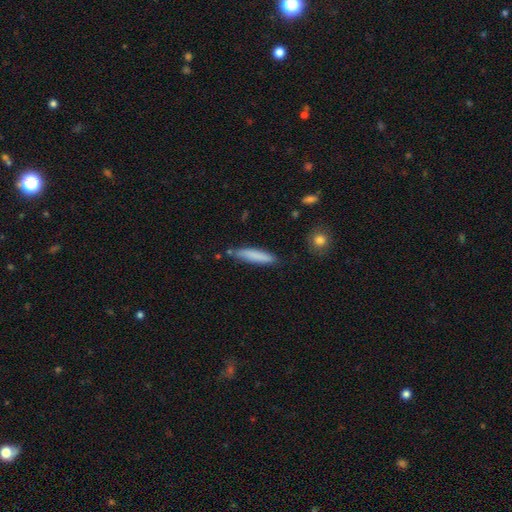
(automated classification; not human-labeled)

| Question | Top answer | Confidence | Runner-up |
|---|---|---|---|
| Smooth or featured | smooth | 81% | featured or disk (13%) |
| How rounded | cigar-shaped | 86% | in between (12%) |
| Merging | none | 78% | minor disturbance (15%) |